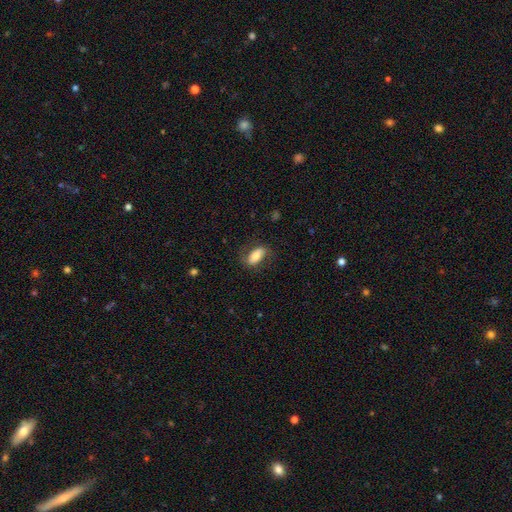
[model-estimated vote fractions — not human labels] smooth 68%, featured or disk 26%, star or artifact 7%. Down the decision tree: how rounded — in between (85%); merging — none (71%).